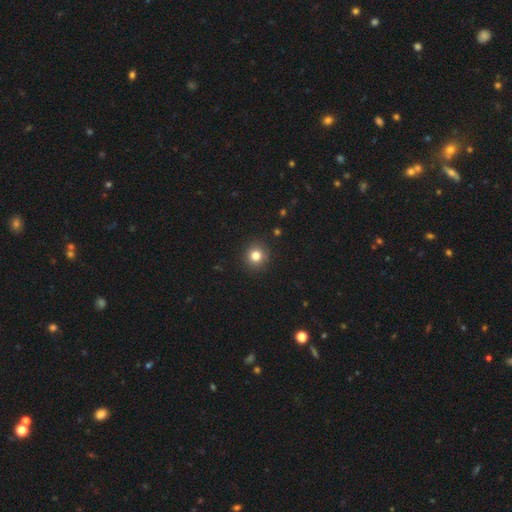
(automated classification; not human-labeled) smooth 81%, star or artifact 12%, featured or disk 6%. Down the decision tree: how rounded — round (92%); merging — none (91%).